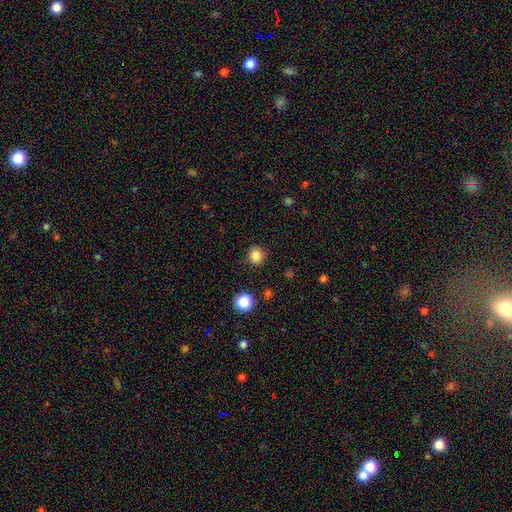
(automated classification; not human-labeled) Morphology: type=smooth (84%); roundness=round (92%); merging=none (90%).